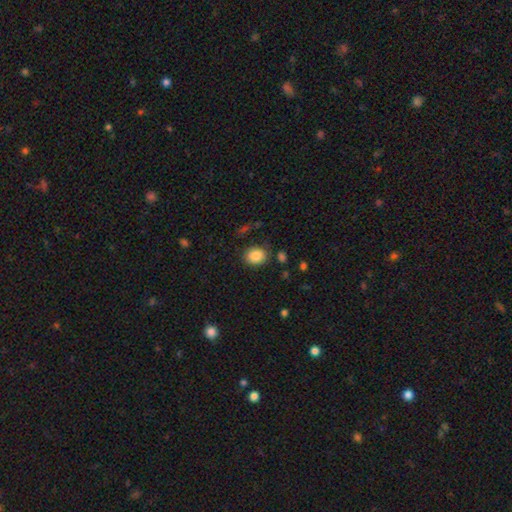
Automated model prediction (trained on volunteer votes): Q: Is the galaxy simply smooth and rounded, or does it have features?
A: smooth — 86%.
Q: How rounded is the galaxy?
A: round — 52%.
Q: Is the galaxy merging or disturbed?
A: none — 80%.